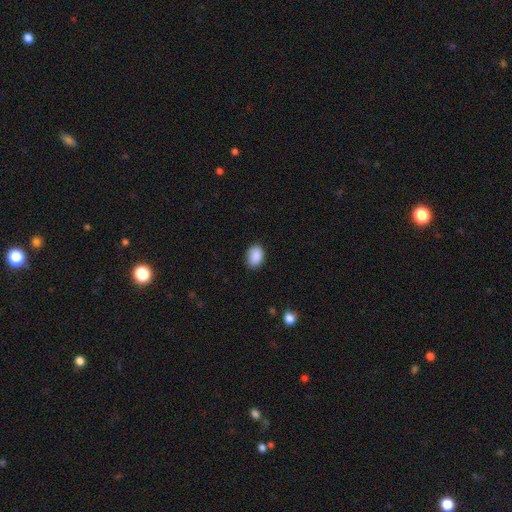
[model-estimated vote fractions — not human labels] Smooth or featured: smooth — 89% (star or artifact — 8%)
How rounded: in between — 78% (round — 21%)
Merging: none — 83% (minor disturbance — 14%)